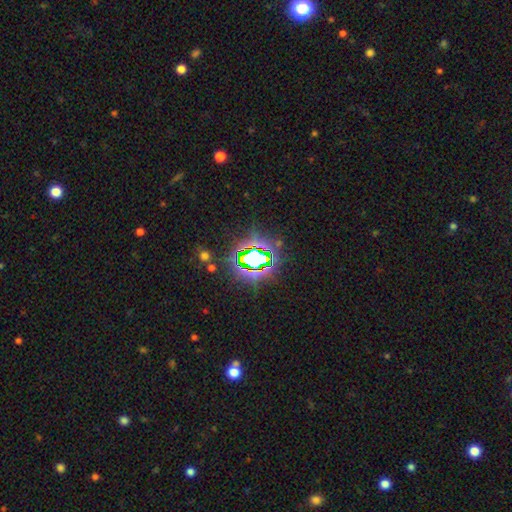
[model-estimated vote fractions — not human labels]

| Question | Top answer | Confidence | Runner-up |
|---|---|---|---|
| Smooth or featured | star or artifact | 80% | smooth (11%) |